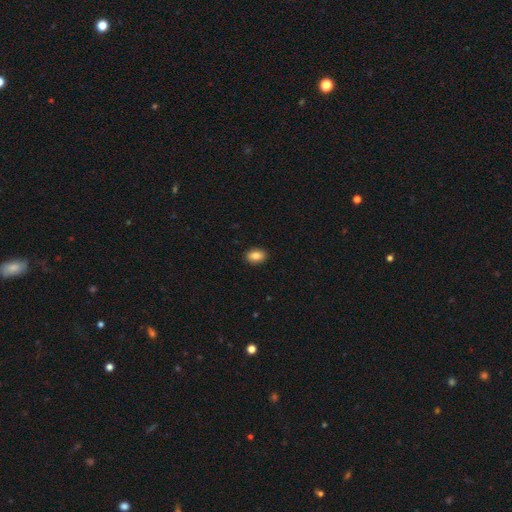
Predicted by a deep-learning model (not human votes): Morphology: type=smooth (85%); roundness=in between (84%); merging=none (91%).